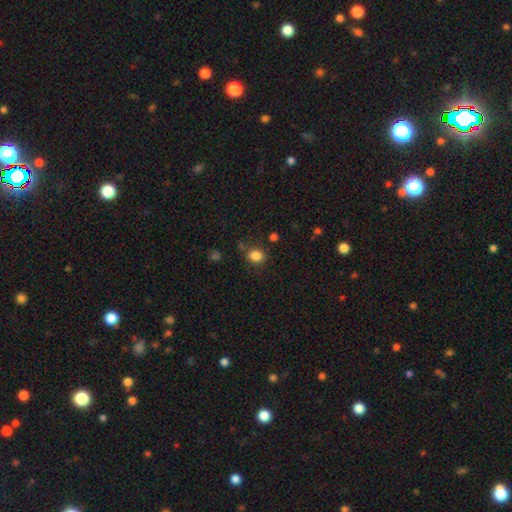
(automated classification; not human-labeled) Q: Smooth or featured?
A: smooth (84%); runner-up: star or artifact (12%)
Q: How rounded?
A: round (74%); runner-up: in between (25%)
Q: Merging?
A: none (79%); runner-up: minor disturbance (13%)